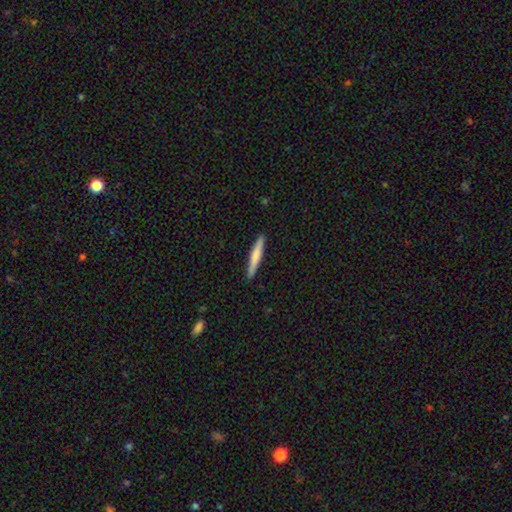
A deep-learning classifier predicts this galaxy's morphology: smooth-or-featured: smooth: 64% | featured or disk: 31% | star or artifact: 5%
  how-rounded: cigar-shaped: 95% | in between: 4% | round: 1%
  merging: none: 91% | minor disturbance: 6% | major disturbance: 1% | merger: 1%